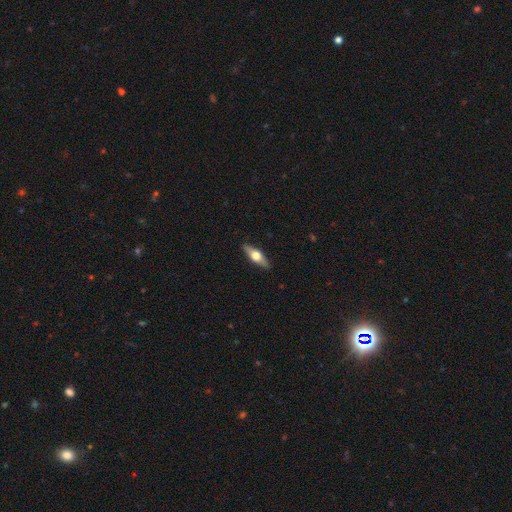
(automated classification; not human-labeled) smooth_or_featured: featured or disk (p=0.58) [alt: smooth p=0.36]
disk_edge_on: yes (p=0.93) [alt: no p=0.07]
edge_on_bulge: rounded (p=0.95) [alt: boxy p=0.03]
merging: none (p=0.90) [alt: minor disturbance p=0.08]